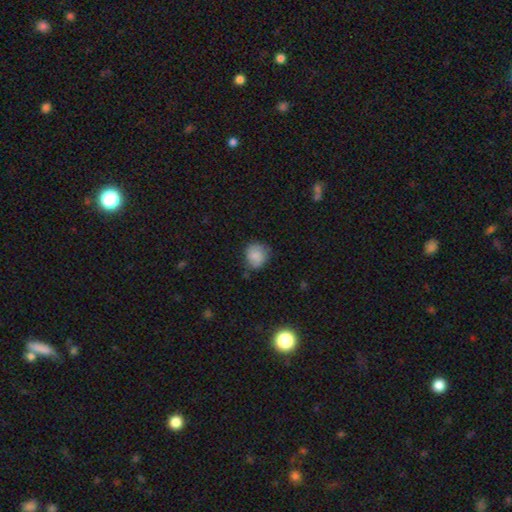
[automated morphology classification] Overall: smooth (77%). How rounded: round (74%). Merging: none (63%; minor disturbance 28%).